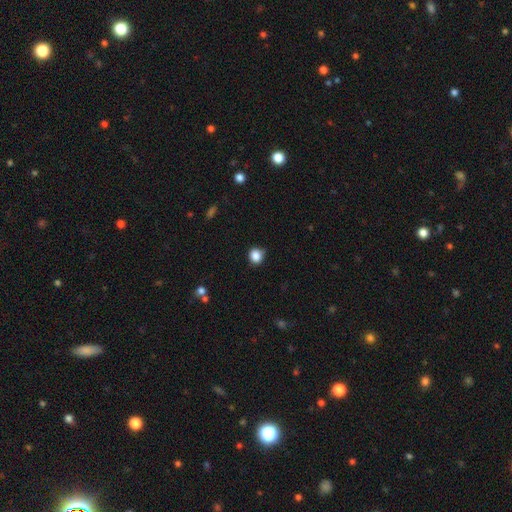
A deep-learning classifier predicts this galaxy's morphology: Q: Smooth or featured?
A: smooth (86%); runner-up: star or artifact (10%)
Q: How rounded?
A: round (81%); runner-up: in between (18%)
Q: Merging?
A: none (77%); runner-up: minor disturbance (18%)